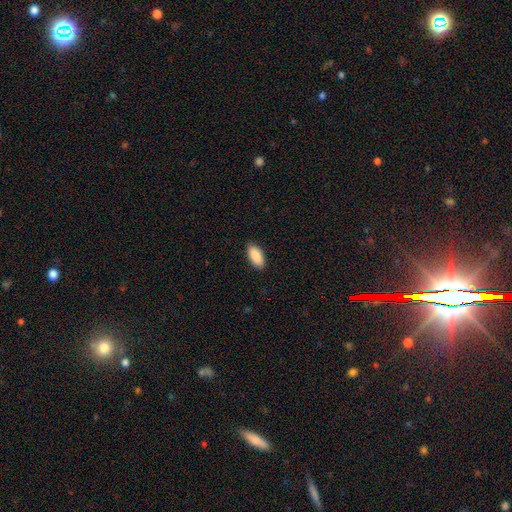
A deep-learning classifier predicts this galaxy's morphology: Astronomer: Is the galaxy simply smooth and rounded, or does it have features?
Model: smooth — 90%.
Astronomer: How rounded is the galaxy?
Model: in between — 91%.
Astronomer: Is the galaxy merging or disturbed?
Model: none — 87%.